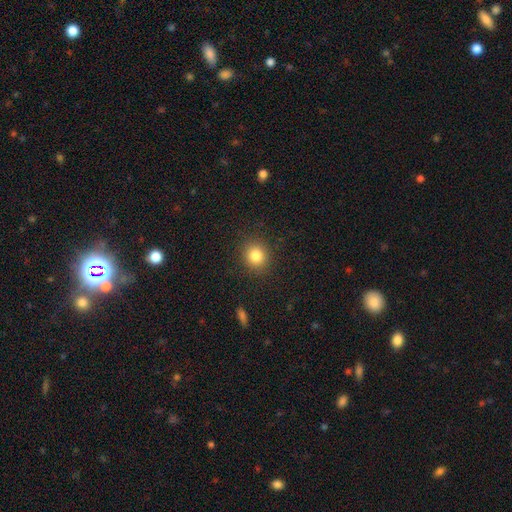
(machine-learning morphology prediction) type=smooth (83%); roundness=round (80%); merging=none (89%).